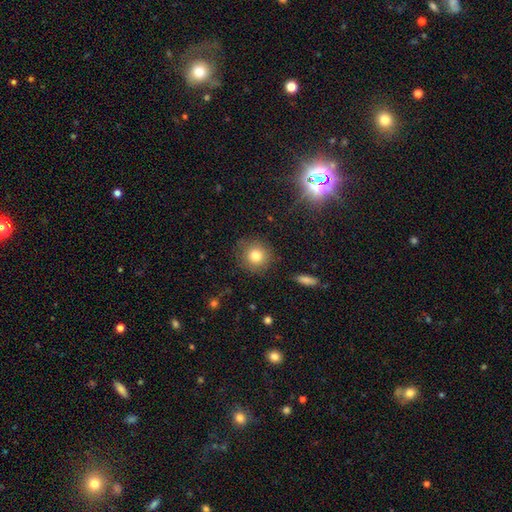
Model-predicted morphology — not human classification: smooth_or_featured: smooth (p=0.80) [alt: star or artifact p=0.12]
how_rounded: round (p=0.91) [alt: in between p=0.08]
merging: none (p=0.86) [alt: minor disturbance p=0.10]